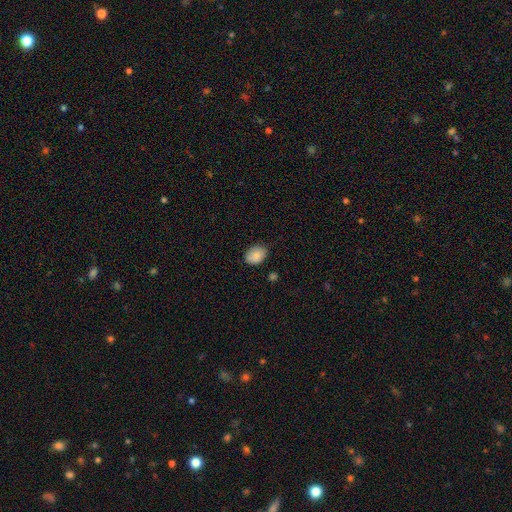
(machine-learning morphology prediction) Smooth or featured?
  - smooth: 86% *
  - star or artifact: 8%
  - featured or disk: 7%
How rounded?
  - in between: 71% *
  - round: 28%
  - cigar-shaped: 1%
Merging?
  - none: 73% *
  - minor disturbance: 22%
  - major disturbance: 3%
  - merger: 2%